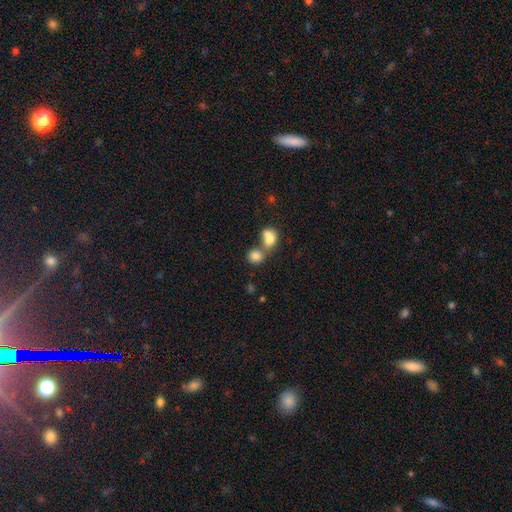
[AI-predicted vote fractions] Smooth or featured? Predicted: smooth (p=0.81). How rounded? Predicted: round (p=0.67). Merging? Predicted: merger (p=0.52).